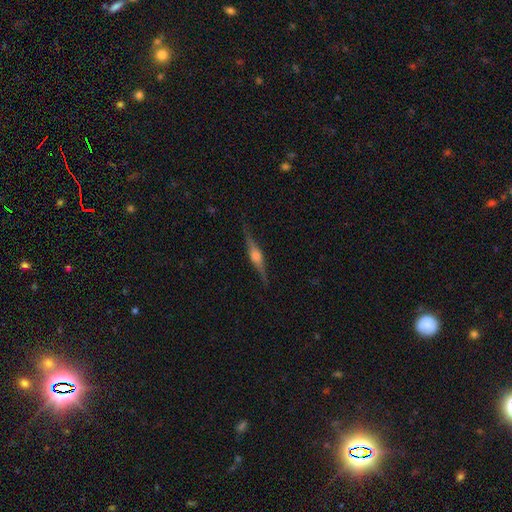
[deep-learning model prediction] Overall: featured or disk (81%). Edge-on disk: yes (98%). Edge-on bulge: rounded (86%). Merging: none (88%).